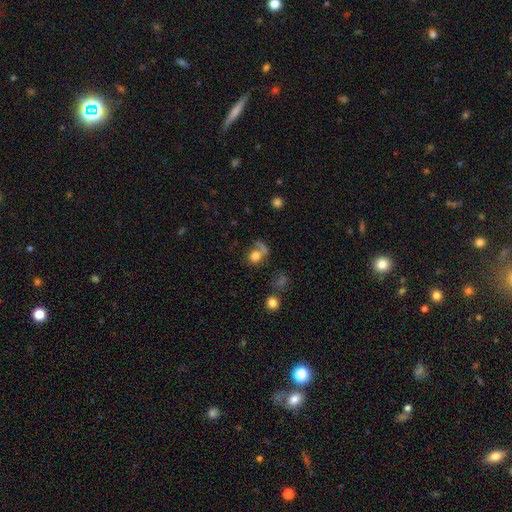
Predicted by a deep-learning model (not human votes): A smooth galaxy with no disk features (72%) that is round (69%).

Vote fractions:
- Smooth or featured? smooth: 72% / featured or disk: 16% / star or artifact: 12%
- How rounded? round: 69% / in between: 30% / cigar-shaped: 1%
- Merging? none: 44% / major disturbance: 21% / merger: 20% / minor disturbance: 16%